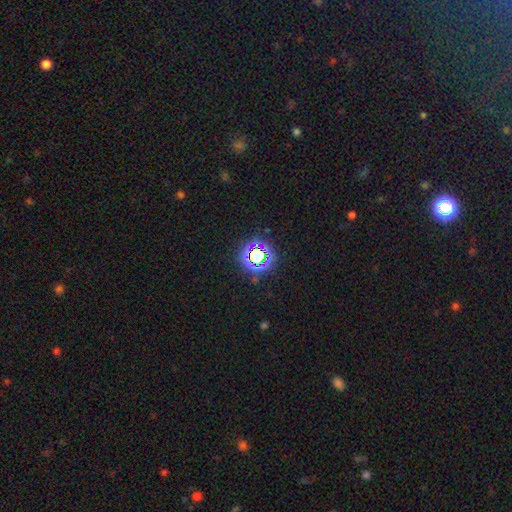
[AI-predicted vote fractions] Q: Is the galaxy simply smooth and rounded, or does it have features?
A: star or artifact — 65%.